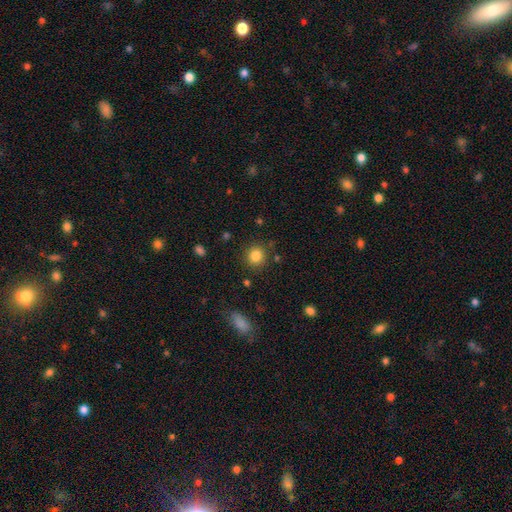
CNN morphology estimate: smooth_or_featured: smooth (p=0.84) [alt: star or artifact p=0.11]
how_rounded: round (p=0.89) [alt: in between p=0.11]
merging: none (p=0.86) [alt: minor disturbance p=0.08]